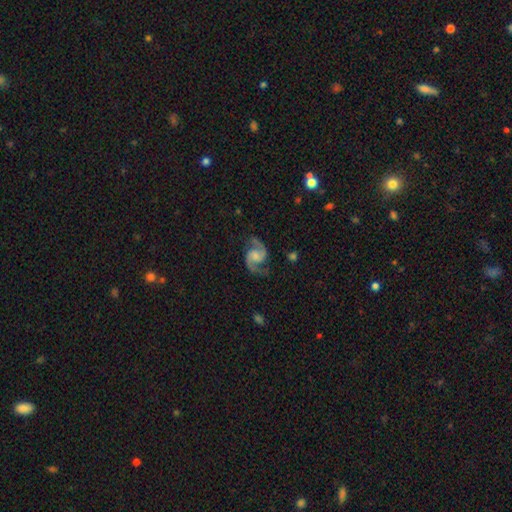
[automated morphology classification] smooth_or_featured: featured or disk (p=0.92) [alt: star or artifact p=0.05]
disk_edge_on: no (p=0.98) [alt: yes p=0.02]
bar: no (p=0.53) [alt: weak p=0.38]
has_spiral_arms: yes (p=0.98) [alt: no p=0.02]
spiral_winding: medium (p=0.57) [alt: loose p=0.31]
spiral_arm_count: 2 (p=0.95) [alt: can't tell p=0.01]
bulge_size: moderate (p=0.33) [alt: small p=0.31]
merging: none (p=0.80) [alt: minor disturbance p=0.13]